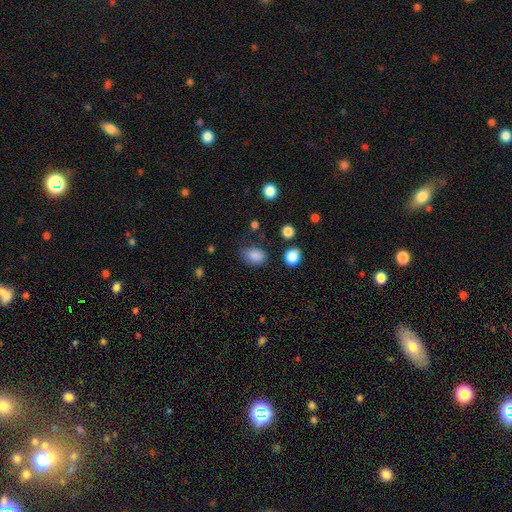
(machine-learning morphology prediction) Q: Smooth or featured?
A: smooth (85%); runner-up: star or artifact (10%)
Q: How rounded?
A: in between (70%); runner-up: round (29%)
Q: Merging?
A: none (68%); runner-up: minor disturbance (22%)